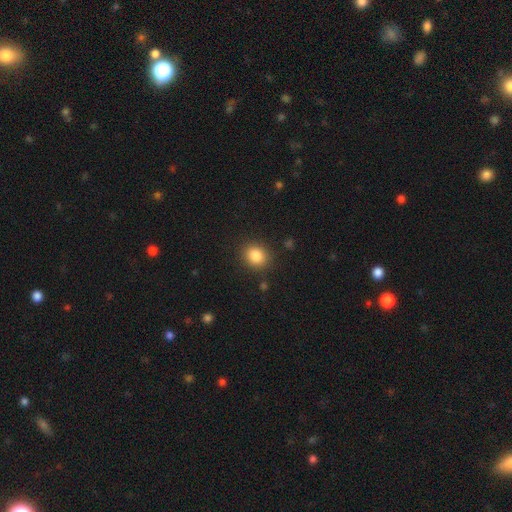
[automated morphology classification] This is clearly a smooth galaxy (85%). How rounded: likely round (69%). Merging: clearly none (87%).